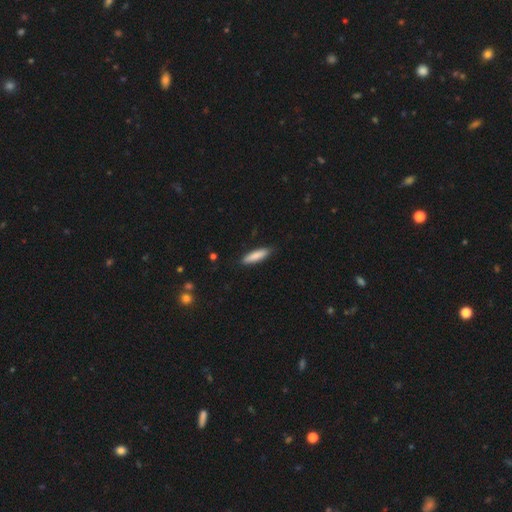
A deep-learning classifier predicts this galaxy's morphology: This is clearly a smooth galaxy (84%). How rounded: likely cigar-shaped (72%). Merging: clearly none (87%).